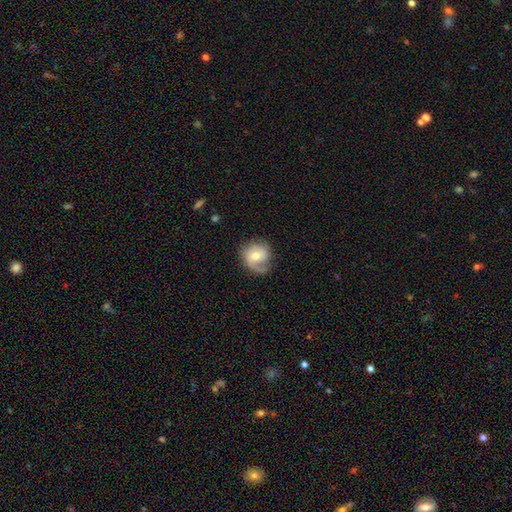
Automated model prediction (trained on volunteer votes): Q: Smooth or featured?
A: featured or disk (52%); runner-up: smooth (40%)
Q: Edge-on disk?
A: no (97%); runner-up: yes (3%)
Q: Bar?
A: no (61%); runner-up: weak (32%)
Q: Spiral arms?
A: yes (82%); runner-up: no (18%)
Q: Bulge size?
A: moderate (62%); runner-up: small (31%)
Q: Merging?
A: none (58%); runner-up: minor disturbance (25%)